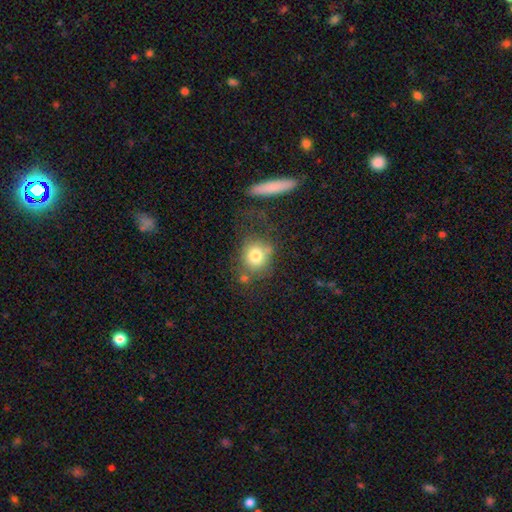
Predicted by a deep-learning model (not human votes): Smooth or featured? smooth (78%)
How rounded? round (78%)
Merging? none (61%)